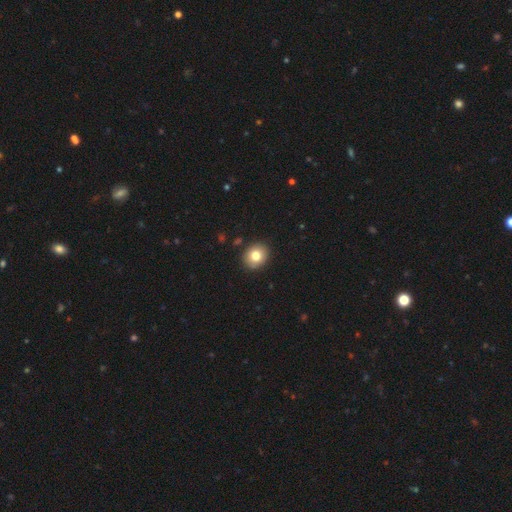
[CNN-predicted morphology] This is likely a smooth galaxy (79%). How rounded: likely round (64%). Merging: clearly none (89%).